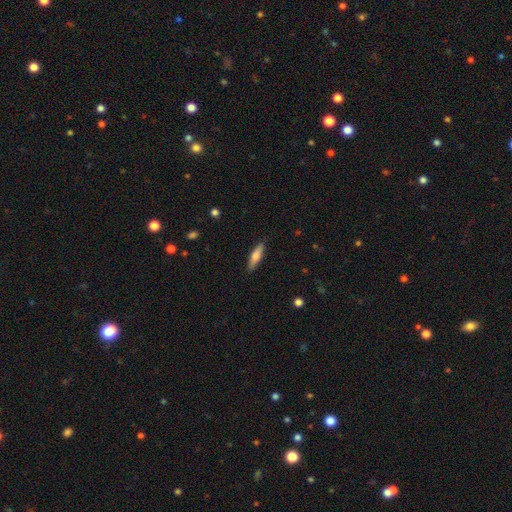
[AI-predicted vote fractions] smooth-or-featured: smooth: 64% | featured or disk: 30% | star or artifact: 6%
  how-rounded: cigar-shaped: 72% | in between: 26% | round: 2%
  merging: none: 88% | minor disturbance: 9% | major disturbance: 2% | merger: 1%